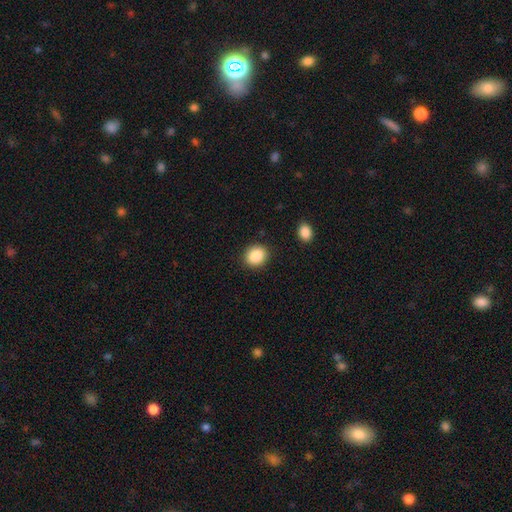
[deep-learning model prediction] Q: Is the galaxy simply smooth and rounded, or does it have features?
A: smooth — 87%.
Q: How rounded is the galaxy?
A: round — 69%.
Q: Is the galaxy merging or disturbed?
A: none — 89%.